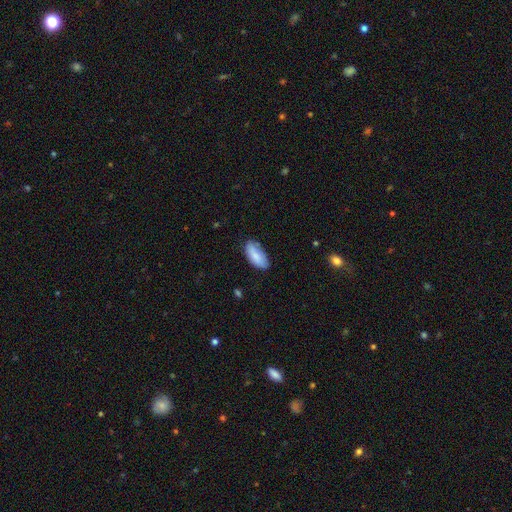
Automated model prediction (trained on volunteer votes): Smooth or featured: smooth — 83% (featured or disk — 10%)
How rounded: in between — 88% (cigar-shaped — 10%)
Merging: none — 68% (minor disturbance — 25%)